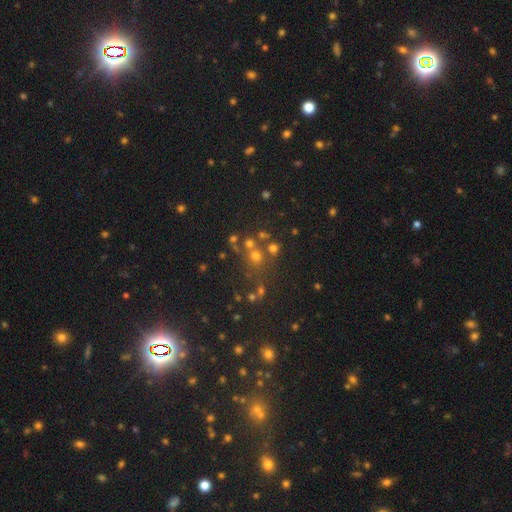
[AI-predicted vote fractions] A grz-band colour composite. It shows a smooth galaxy with no disk features (50%). Merging: none (65%).